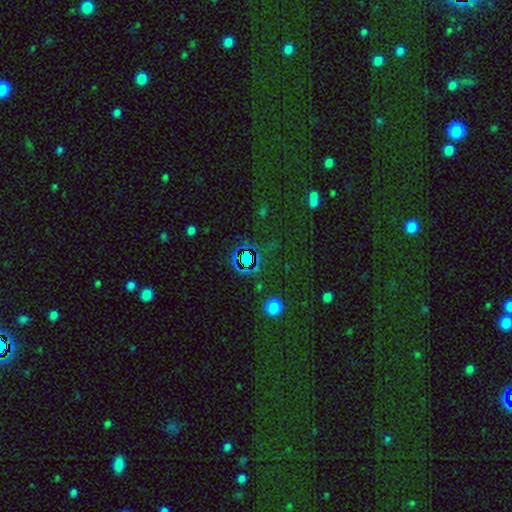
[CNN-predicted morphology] type=star or artifact (67%).